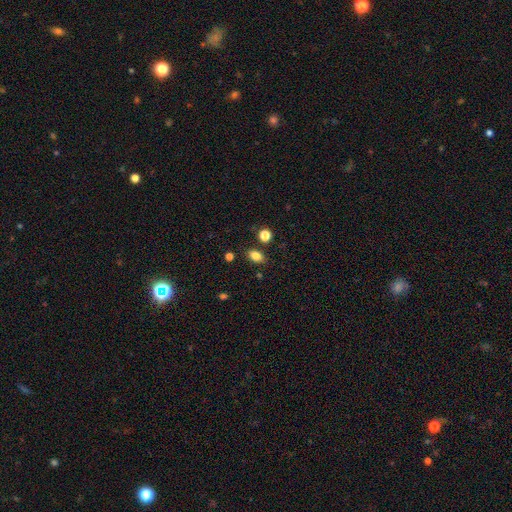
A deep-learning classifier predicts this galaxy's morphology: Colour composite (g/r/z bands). It shows a smooth galaxy with no disk features (83%) that is in between round and cigar-shaped (81%). Merging: none (83%).